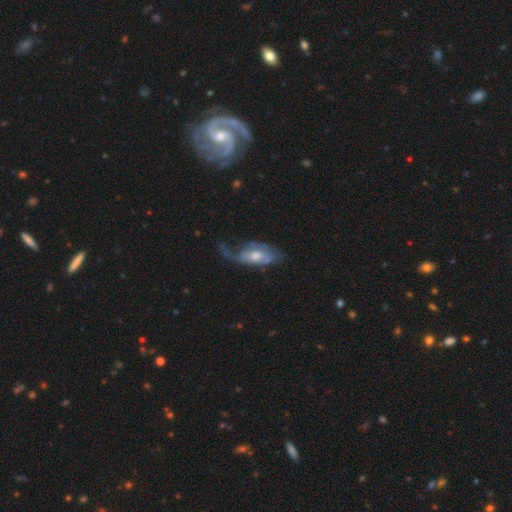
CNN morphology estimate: smooth-or-featured: featured or disk: 70% | smooth: 25% | star or artifact: 6%
  disk-edge-on: no: 91% | yes: 9%
    bar: no: 66% | weak: 28% | strong: 6%
    has-spiral-arms: yes: 80% | no: 20%
      spiral-winding: loose: 39% | medium: 36% | tight: 25%
      spiral-arm-count: 2: 40% | 1: 30% | can't tell: 22% | 3: 4% | 4: 2% | more than 4: 2%
    bulge-size: moderate: 64% | small: 20% | large: 12% | none: 3% | dominant: 1%
  merging: major disturbance: 40% | none: 32% | minor disturbance: 24% | merger: 4%